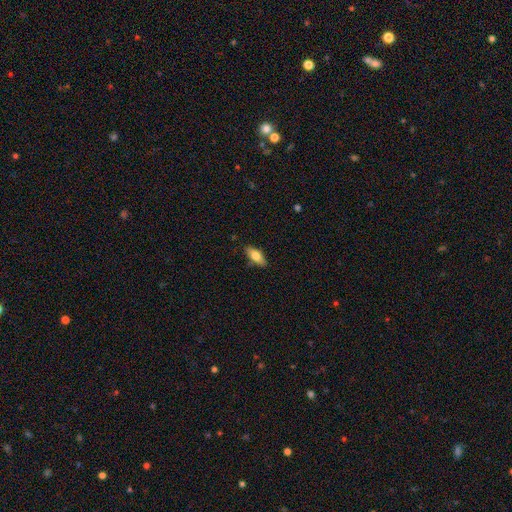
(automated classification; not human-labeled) Smooth or featured: smooth — 72% (featured or disk — 21%)
How rounded: in between — 78% (cigar-shaped — 19%)
Merging: none — 83% (minor disturbance — 13%)